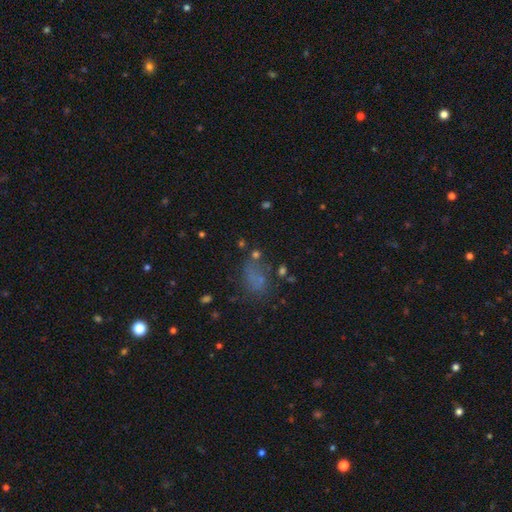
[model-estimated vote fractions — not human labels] Overall: smooth (54%; star or artifact 27%). How rounded: in between (77%). Merging: none (46%; major disturbance 23%).